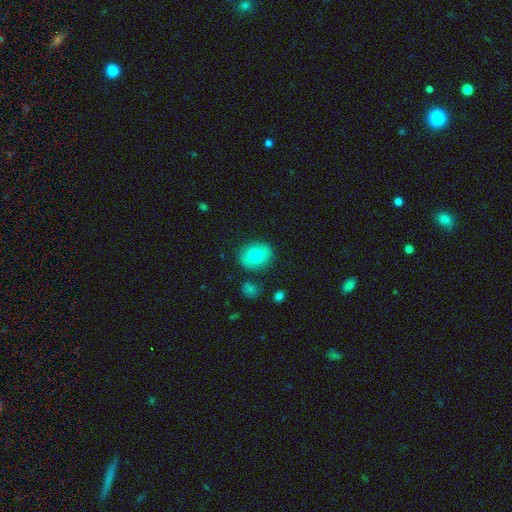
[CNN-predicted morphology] smooth_or_featured: smooth (p=0.77) [alt: featured or disk p=0.15]
how_rounded: round (p=0.54) [alt: in between p=0.44]
merging: none (p=0.83) [alt: minor disturbance p=0.11]